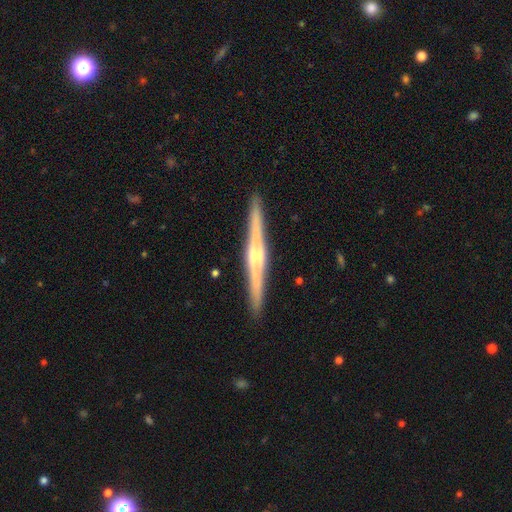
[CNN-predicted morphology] Q: Smooth or featured?
A: featured or disk (81%); runner-up: smooth (15%)
Q: Edge-on disk?
A: yes (98%); runner-up: no (2%)
Q: Edge-on bulge?
A: rounded (73%); runner-up: boxy (17%)
Q: Merging?
A: none (92%); runner-up: minor disturbance (6%)